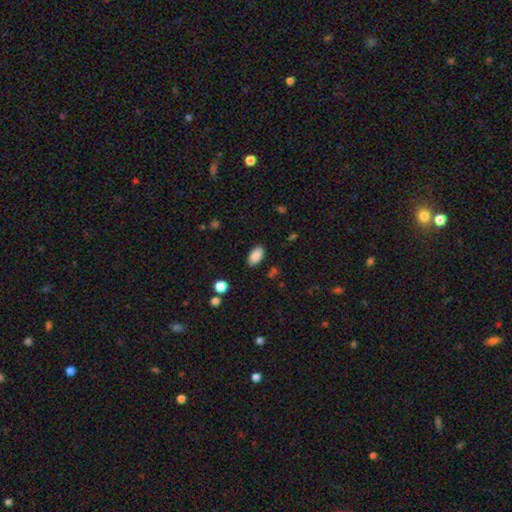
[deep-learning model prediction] The model was most divided on "merging": none: 86%, minor disturbance: 10%, major disturbance: 3%, merger: 2%. More confident: how rounded — in between (94%); smooth or featured — smooth (87%).